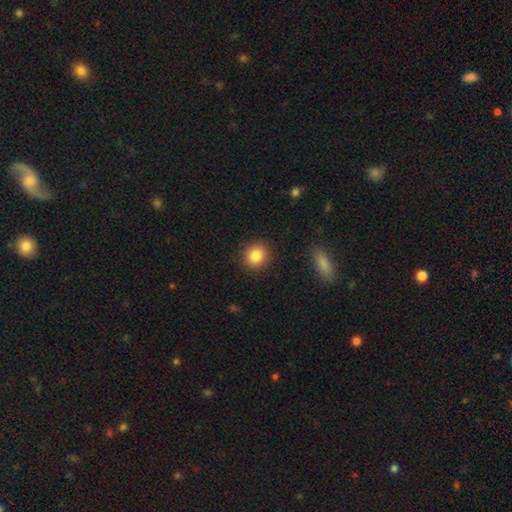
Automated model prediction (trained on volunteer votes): This appears to be a smooth galaxy with no disk features (85%) that is round (84%). Merging: none (90%).